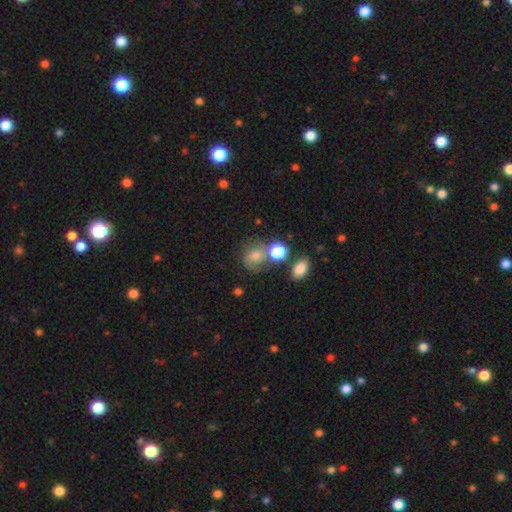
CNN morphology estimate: Smooth or featured: smooth — 62% (featured or disk — 23%)
How rounded: round — 70% (in between — 29%)
Merging: none — 53% (merger — 20%)